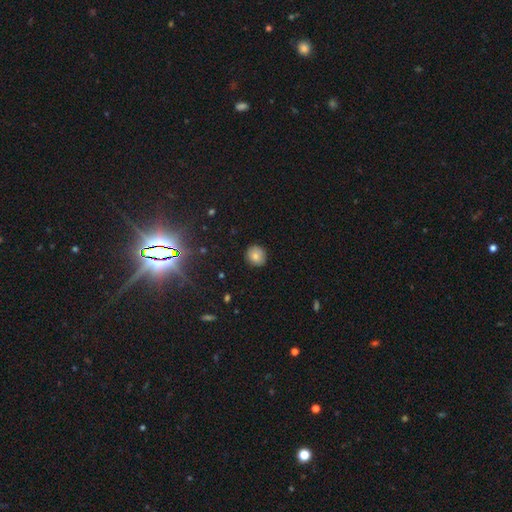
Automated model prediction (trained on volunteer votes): Smooth or featured?
  - smooth: 76% *
  - featured or disk: 12%
  - star or artifact: 12%
How rounded?
  - round: 87% *
  - in between: 12%
  - cigar-shaped: 1%
Merging?
  - none: 87% *
  - minor disturbance: 10%
  - major disturbance: 2%
  - merger: 1%